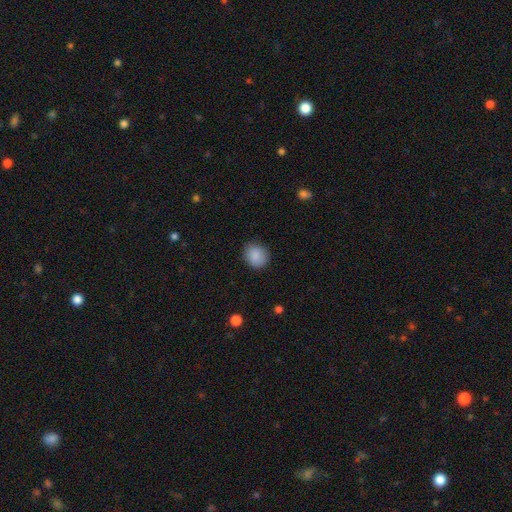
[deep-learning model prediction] smooth 88%, star or artifact 8%, featured or disk 4%. Down the decision tree: how rounded — round (70%); merging — none (85%).